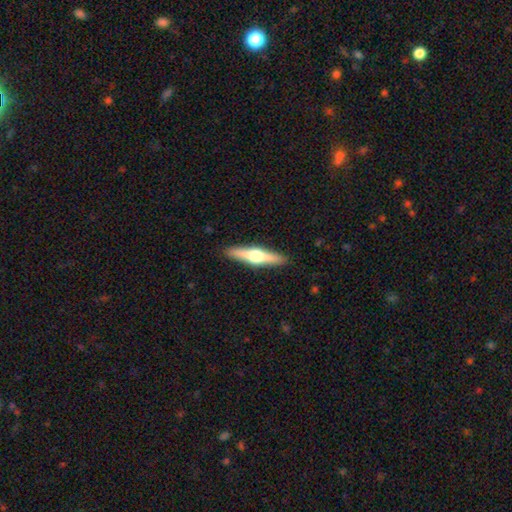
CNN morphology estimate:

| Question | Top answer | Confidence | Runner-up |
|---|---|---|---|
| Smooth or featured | featured or disk | 58% | smooth (37%) |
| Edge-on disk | yes | 96% | no (4%) |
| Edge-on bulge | rounded | 94% | boxy (3%) |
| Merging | none | 91% | minor disturbance (7%) |